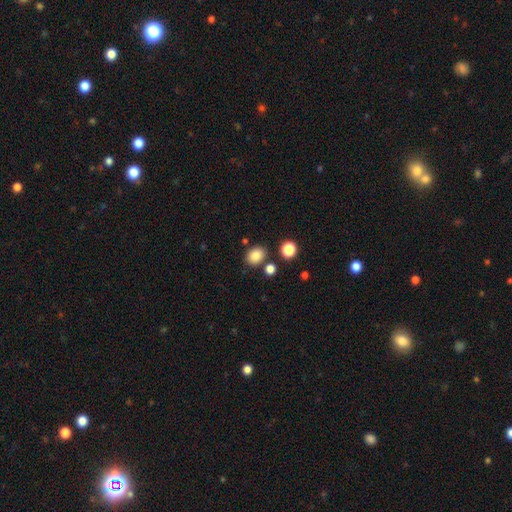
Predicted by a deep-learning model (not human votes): smooth 84%, star or artifact 11%, featured or disk 5%. Down the decision tree: how rounded — in between (57%); merging — none (79%).